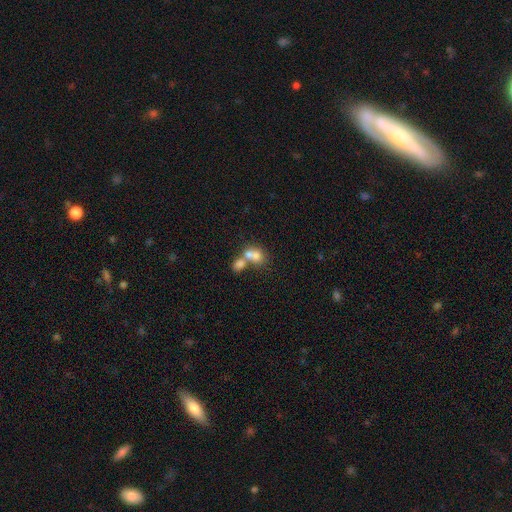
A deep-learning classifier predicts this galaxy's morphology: The model was most divided on "how rounded": round: 57%, in between: 41%, cigar-shaped: 2%. More confident: smooth or featured — smooth (68%); merging — merger (66%).